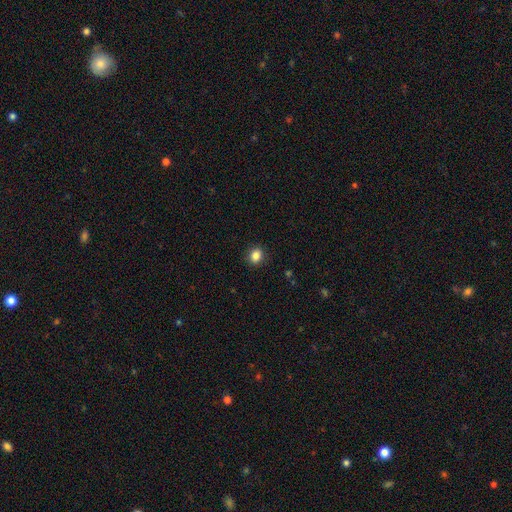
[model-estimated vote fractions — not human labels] smooth-or-featured: smooth: 85% | star or artifact: 10% | featured or disk: 4%
  how-rounded: round: 71% | in between: 28% | cigar-shaped: 1%
  merging: none: 90% | minor disturbance: 7% | major disturbance: 2% | merger: 1%